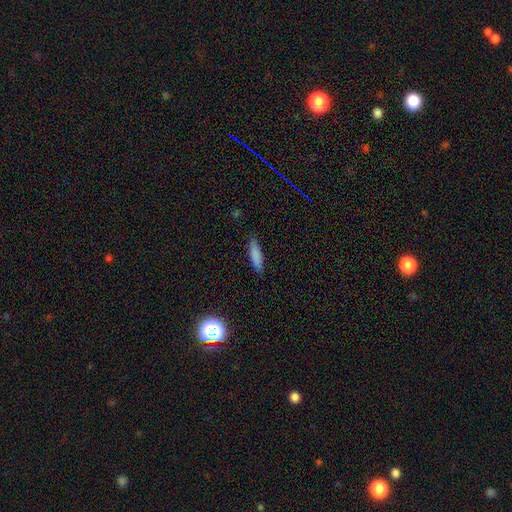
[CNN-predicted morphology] smooth 84%, featured or disk 8%, star or artifact 7%. Down the decision tree: how rounded — cigar-shaped (67%); merging — none (87%).